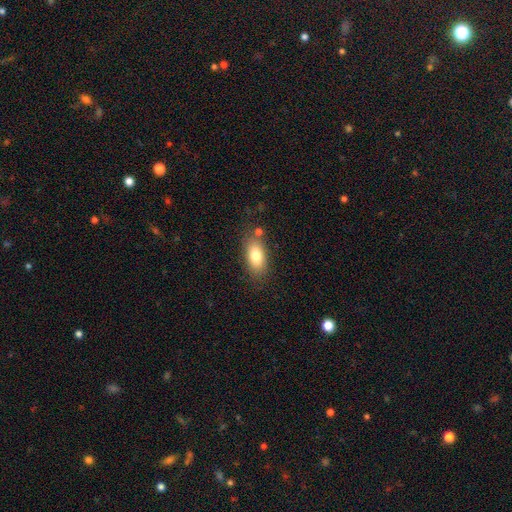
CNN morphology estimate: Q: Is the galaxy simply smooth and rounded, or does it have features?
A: smooth — 78%.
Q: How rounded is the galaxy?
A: in between — 87%.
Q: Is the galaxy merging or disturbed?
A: none — 76%.